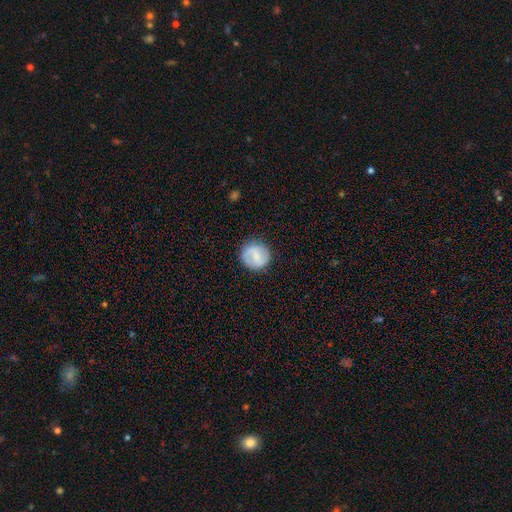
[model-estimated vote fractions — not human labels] Smooth or featured: smooth — 55% (featured or disk — 38%)
How rounded: round — 89% (in between — 10%)
Merging: none — 85% (minor disturbance — 10%)